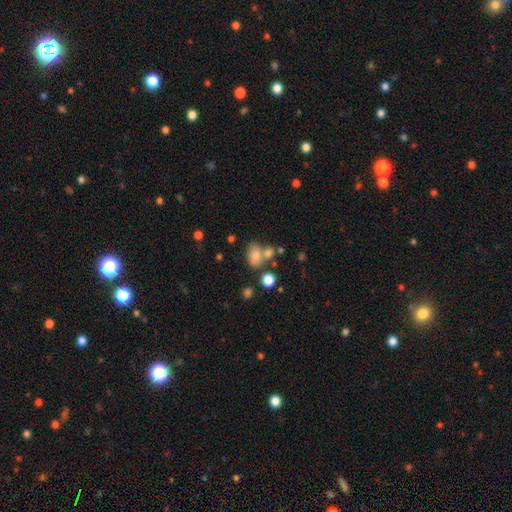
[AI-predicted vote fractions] smooth-or-featured: smooth: 75% | featured or disk: 13% | star or artifact: 12%
  how-rounded: in between: 70% | round: 29% | cigar-shaped: 1%
  merging: none: 47% | merger: 30% | minor disturbance: 16% | major disturbance: 7%